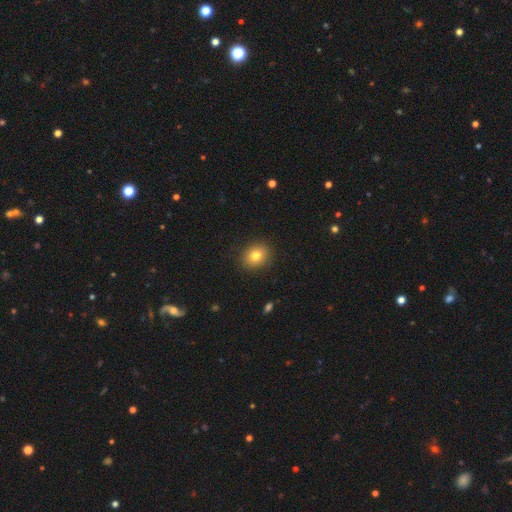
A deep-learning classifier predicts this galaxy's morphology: Q: Smooth or featured?
A: smooth (81%); runner-up: star or artifact (10%)
Q: How rounded?
A: round (60%); runner-up: in between (39%)
Q: Merging?
A: none (89%); runner-up: minor disturbance (8%)